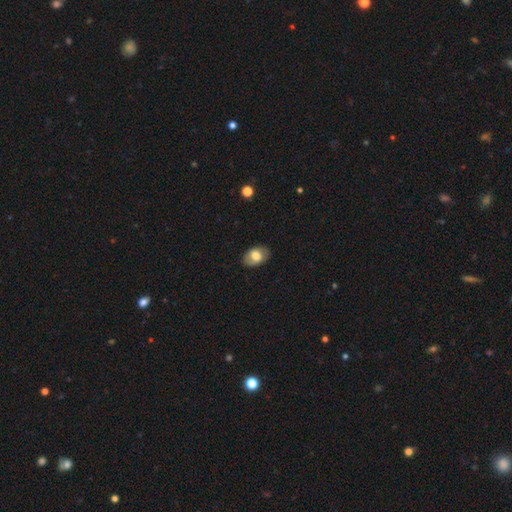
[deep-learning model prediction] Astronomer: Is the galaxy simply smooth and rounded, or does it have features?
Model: smooth — 68%.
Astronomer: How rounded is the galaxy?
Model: in between — 84%.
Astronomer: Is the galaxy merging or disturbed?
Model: none — 81%.